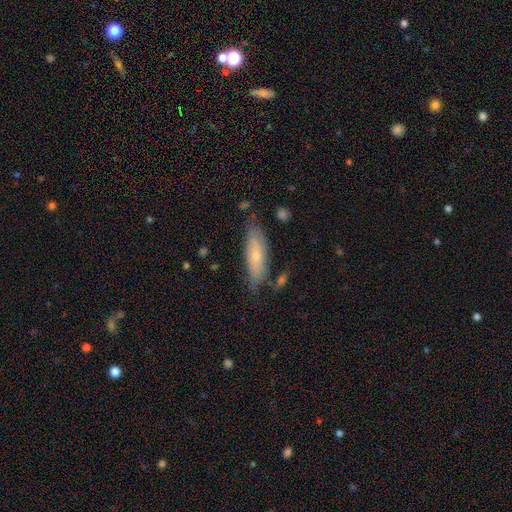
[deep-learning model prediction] Morphology: type=smooth (61%); roundness=in between (52%); merging=none (70%).